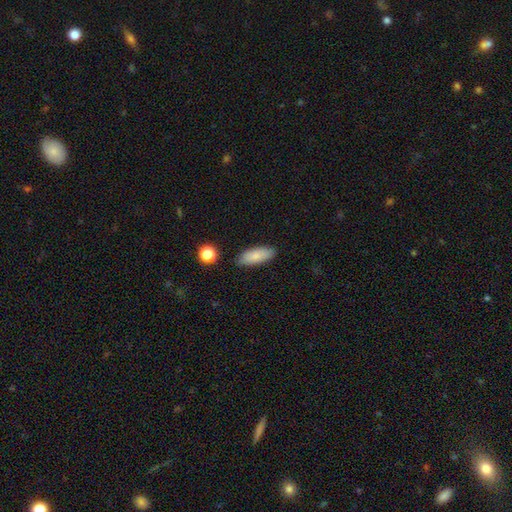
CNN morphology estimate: Overall: smooth (82%). How rounded: in between (77%). Merging: none (83%).